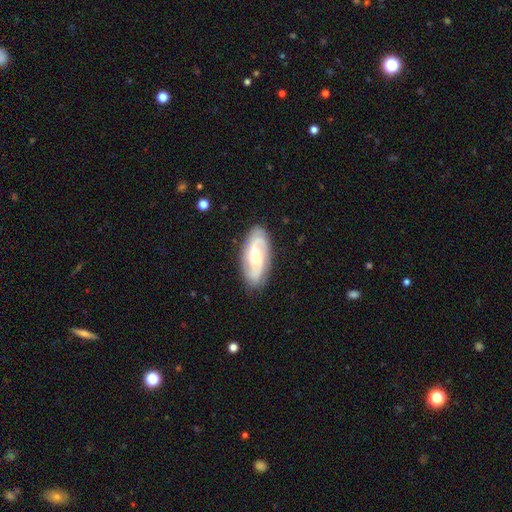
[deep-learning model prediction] The model was most divided on "bar": no: 46%, weak: 43%, strong: 11%. Remaining: spiral arms — yes (95%); edge-on disk — no (94%); merging — none (84%); smooth or featured — featured or disk (78%); spiral arm count — 2 (69%); bulge size — moderate (60%); spiral winding — medium (45%).